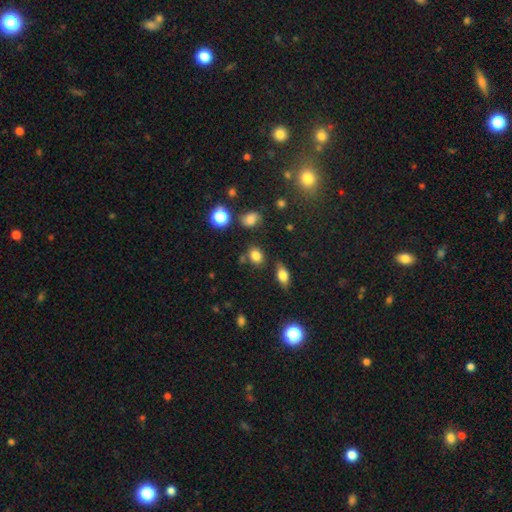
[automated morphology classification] smooth_or_featured: smooth (p=0.79) [alt: star or artifact p=0.14]
how_rounded: in between (p=0.52) [alt: round p=0.46]
merging: none (p=0.72) [alt: minor disturbance p=0.17]